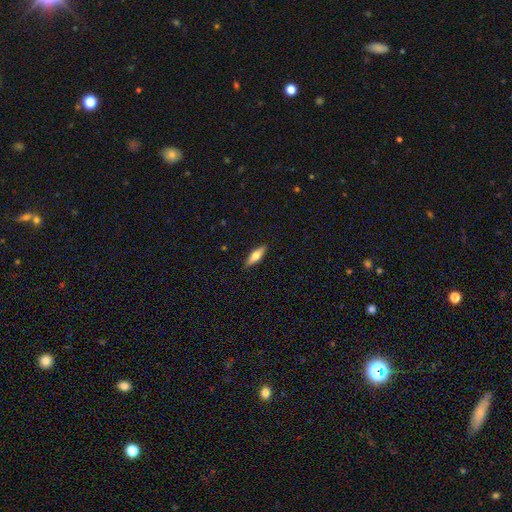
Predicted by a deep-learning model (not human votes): Morphology: type=smooth (60%); roundness=in between (51%); merging=none (89%).